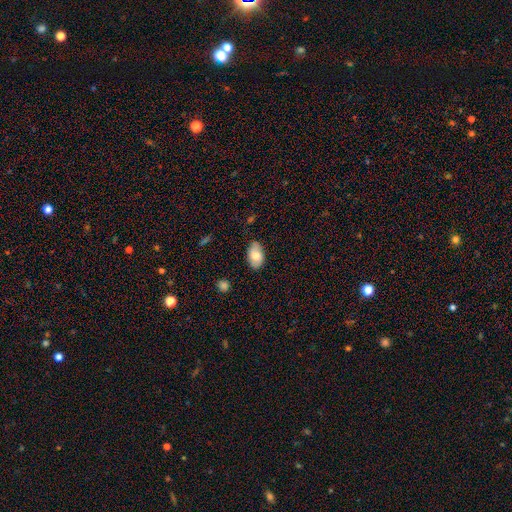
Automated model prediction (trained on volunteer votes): Smooth or featured? smooth (69%)
How rounded? in between (92%)
Merging? none (81%)